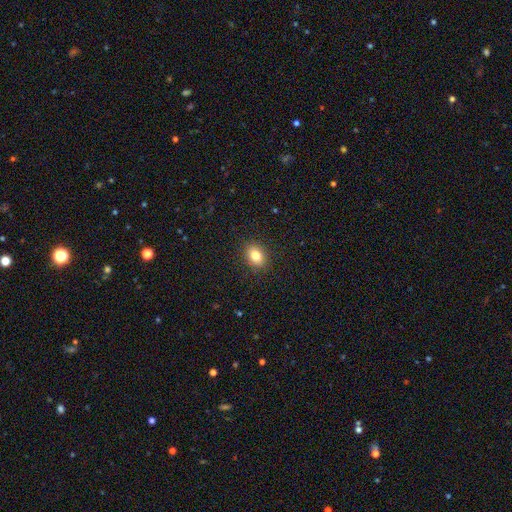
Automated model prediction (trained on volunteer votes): Smooth or featured: smooth — 82% (star or artifact — 10%)
How rounded: in between — 71% (round — 28%)
Merging: none — 89% (minor disturbance — 8%)